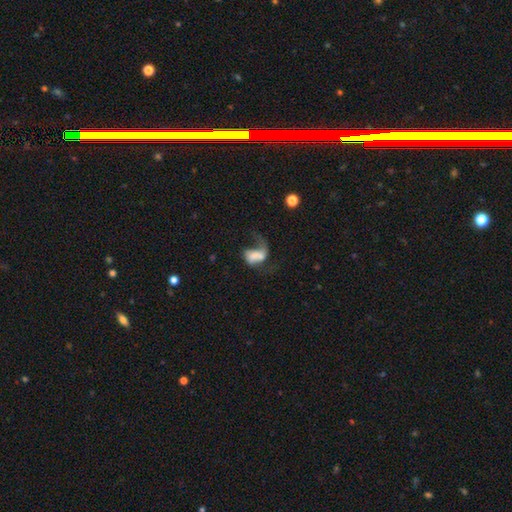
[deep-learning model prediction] smooth_or_featured: featured or disk (p=0.48) [alt: smooth p=0.42]
merging: major disturbance (p=0.48) [alt: merger p=0.22]